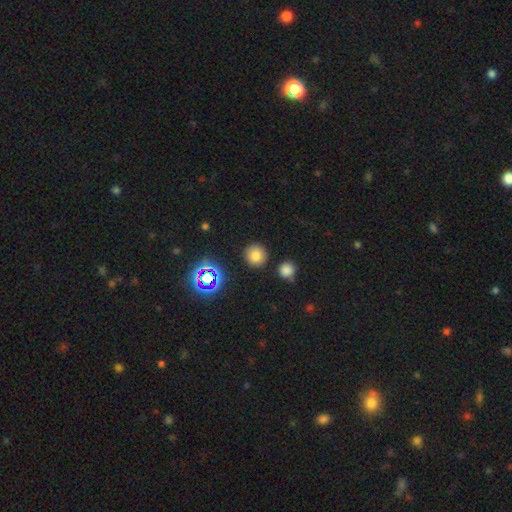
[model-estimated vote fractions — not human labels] A smooth galaxy with no disk features (76%) that is round (92%). Merging: none (88%).